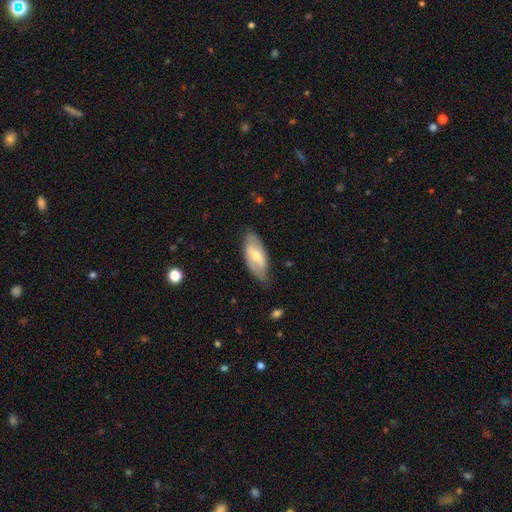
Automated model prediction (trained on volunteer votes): Smooth or featured? Predicted: featured or disk (p=0.53). Edge-on disk? Predicted: no (p=0.87). Merging? Predicted: none (p=0.72).